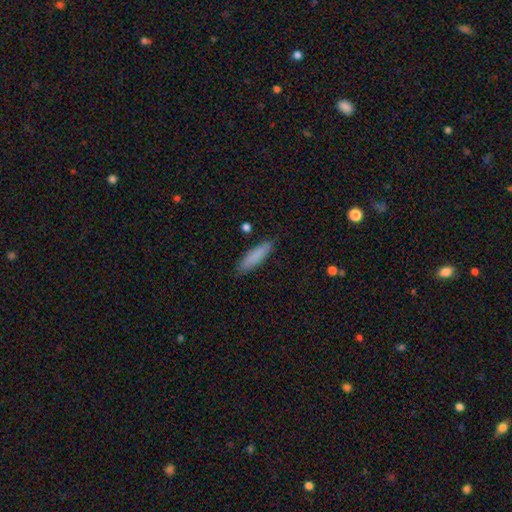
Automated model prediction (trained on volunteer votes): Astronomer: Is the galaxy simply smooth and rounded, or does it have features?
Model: smooth — 84%.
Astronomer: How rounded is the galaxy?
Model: cigar-shaped — 72%.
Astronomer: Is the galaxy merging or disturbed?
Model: none — 86%.